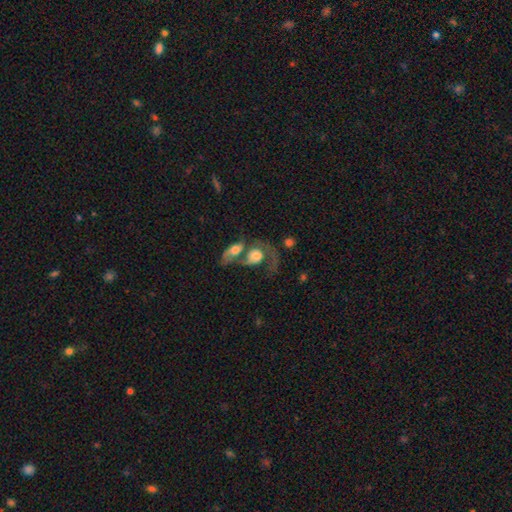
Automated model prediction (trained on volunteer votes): Smooth or featured?
  - featured or disk: 54% *
  - smooth: 38%
  - star or artifact: 8%
Edge-on disk?
  - no: 96% *
  - yes: 4%
Bar?
  - no: 77% *
  - weak: 19%
  - strong: 4%
Spiral arms?
  - yes: 70% *
  - no: 30%
Bulge size?
  - moderate: 39% *
  - large: 36%
  - small: 12%
  - none: 8%
  - dominant: 5%
Merging?
  - merger: 65% *
  - major disturbance: 17%
  - none: 11%
  - minor disturbance: 6%